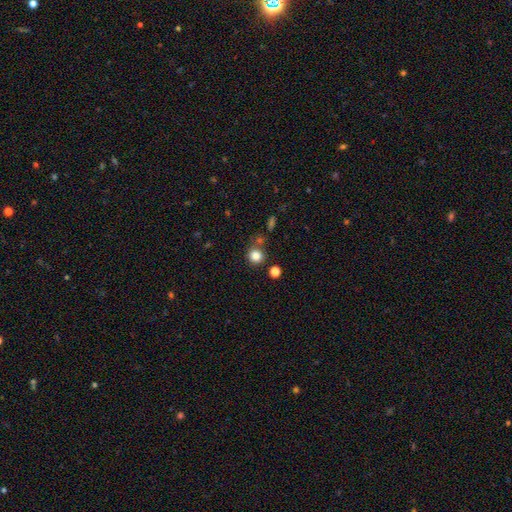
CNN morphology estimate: Q: Smooth or featured?
A: smooth (83%); runner-up: star or artifact (12%)
Q: How rounded?
A: round (90%); runner-up: in between (9%)
Q: Merging?
A: none (75%); runner-up: minor disturbance (11%)